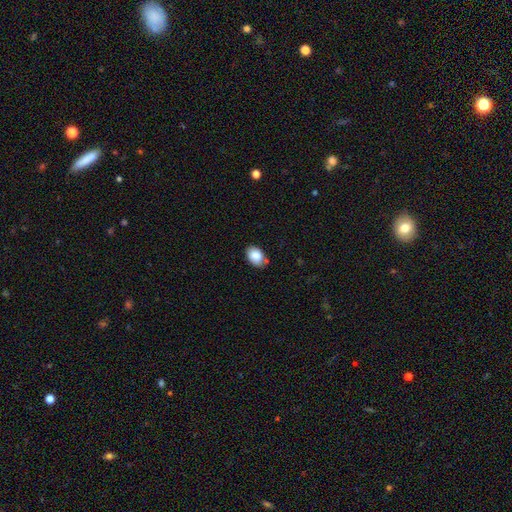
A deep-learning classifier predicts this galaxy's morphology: Smooth or featured? smooth (83%)
How rounded? in between (82%)
Merging? none (78%)